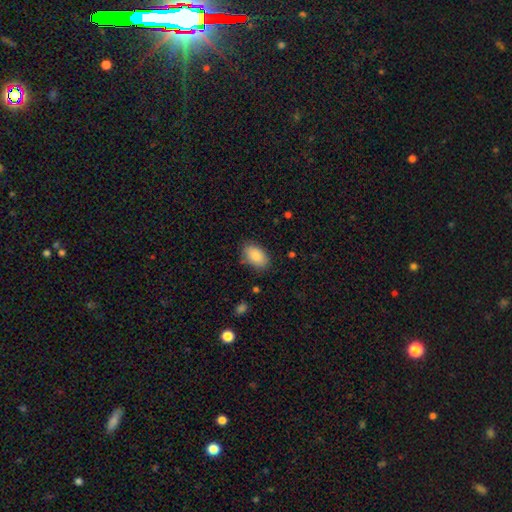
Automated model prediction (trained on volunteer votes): Overall: smooth (86%). How rounded: in between (92%). Merging: none (79%).